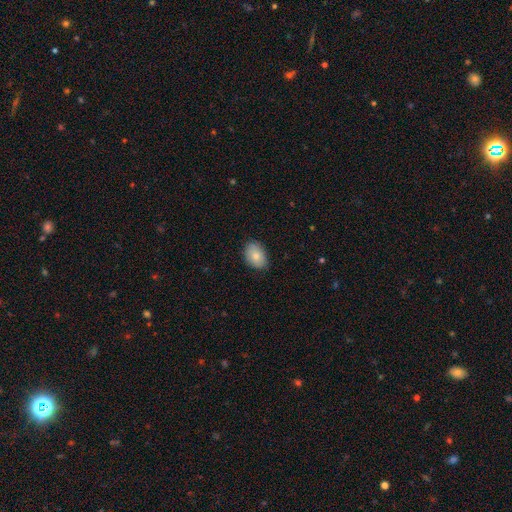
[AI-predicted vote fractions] A smooth galaxy with no disk features (79%) that is in between round and cigar-shaped (82%).

Vote fractions:
- Smooth or featured? smooth: 79% / featured or disk: 13% / star or artifact: 7%
- How rounded? in between: 82% / round: 17% / cigar-shaped: 1%
- Merging? none: 82% / minor disturbance: 15% / major disturbance: 2% / merger: 1%